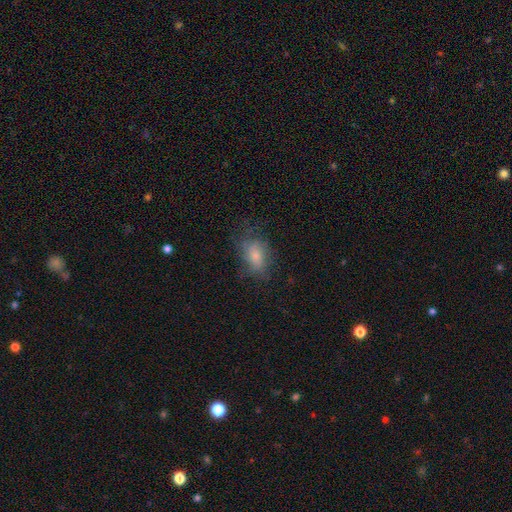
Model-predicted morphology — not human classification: Q: Smooth or featured?
A: smooth (61%); runner-up: featured or disk (27%)
Q: How rounded?
A: in between (83%); runner-up: round (13%)
Q: Merging?
A: none (61%); runner-up: minor disturbance (23%)